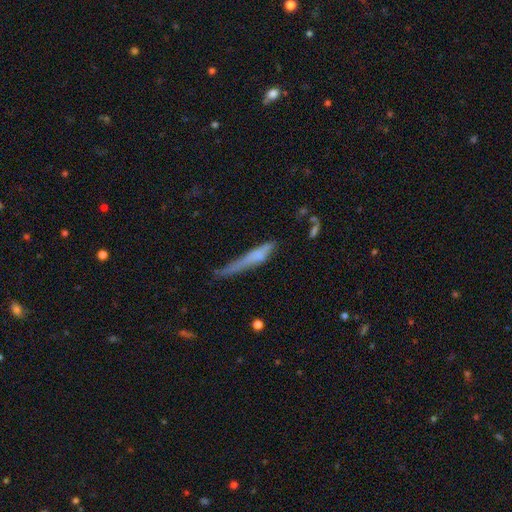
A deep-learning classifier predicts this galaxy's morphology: Smooth or featured: smooth — 59% (featured or disk — 33%)
How rounded: cigar-shaped — 92% (in between — 7%)
Merging: none — 44% (minor disturbance — 33%)